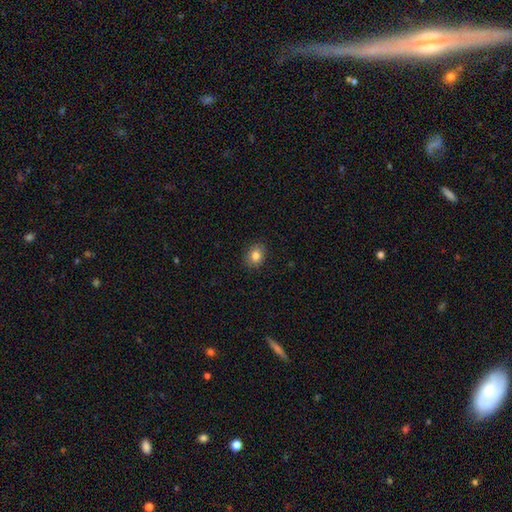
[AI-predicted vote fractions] Smooth or featured: smooth — 84% (star or artifact — 10%)
How rounded: in between — 52% (round — 47%)
Merging: none — 87% (minor disturbance — 10%)